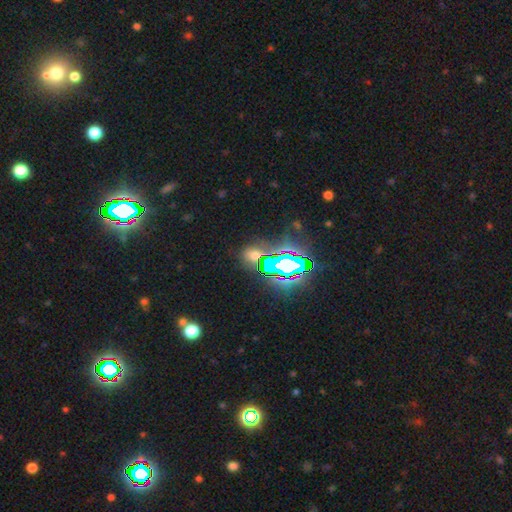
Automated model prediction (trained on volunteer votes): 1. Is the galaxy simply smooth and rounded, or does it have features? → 59% star or artifact, 30% smooth, 11% featured or disk.